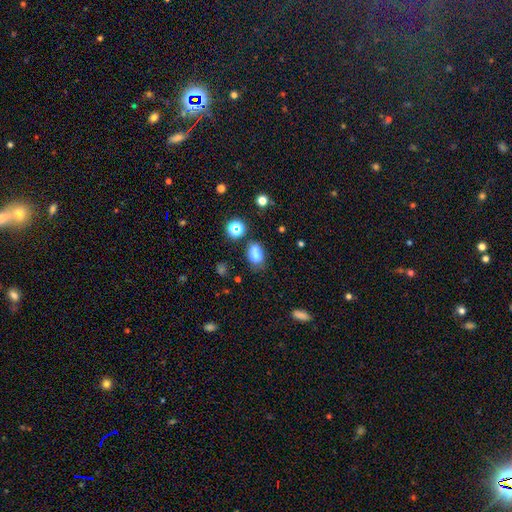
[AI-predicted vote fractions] This is likely a smooth galaxy (72%). How rounded: likely in between (69%). Merging: possibly none (45%).